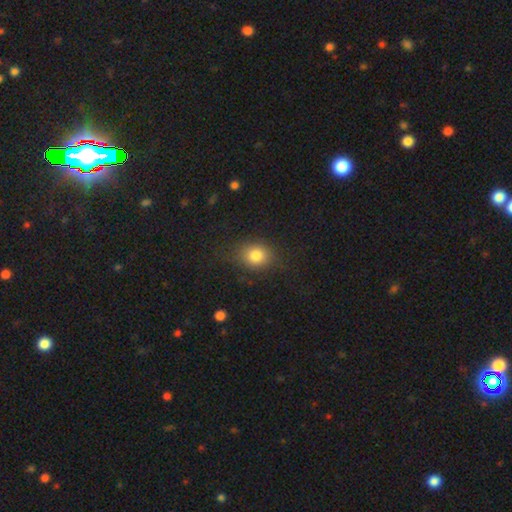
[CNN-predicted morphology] Q: Smooth or featured?
A: smooth (81%); runner-up: star or artifact (11%)
Q: How rounded?
A: round (60%); runner-up: in between (39%)
Q: Merging?
A: none (77%); runner-up: minor disturbance (15%)